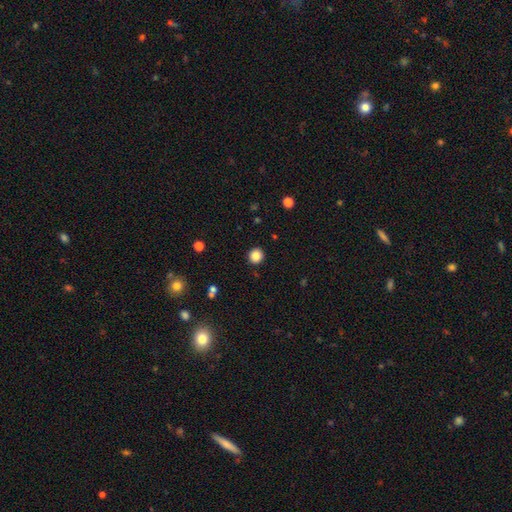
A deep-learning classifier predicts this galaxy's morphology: smooth 85%, star or artifact 11%, featured or disk 5%. Down the decision tree: how rounded — round (94%); merging — none (92%).